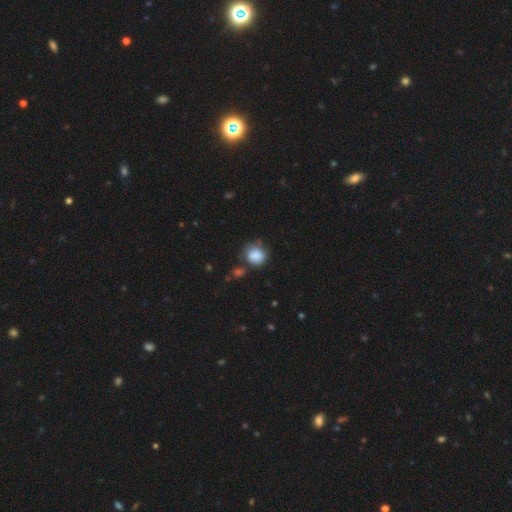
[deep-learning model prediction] Morphology: type=smooth (85%); roundness=round (79%); merging=none (61%).